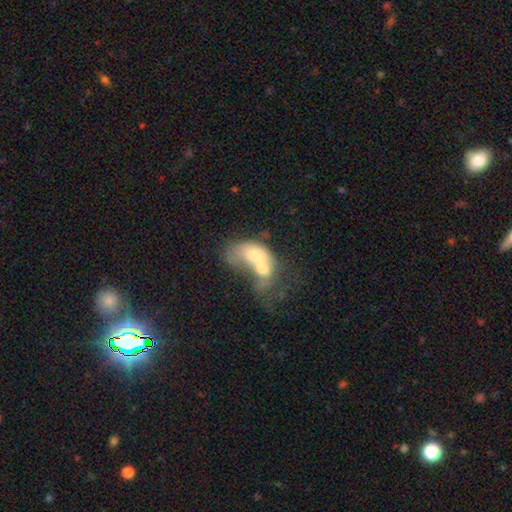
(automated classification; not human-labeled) Q: Smooth or featured?
A: smooth (52%); runner-up: featured or disk (39%)
Q: How rounded?
A: in between (75%); runner-up: round (22%)
Q: Merging?
A: merger (79%); runner-up: major disturbance (11%)